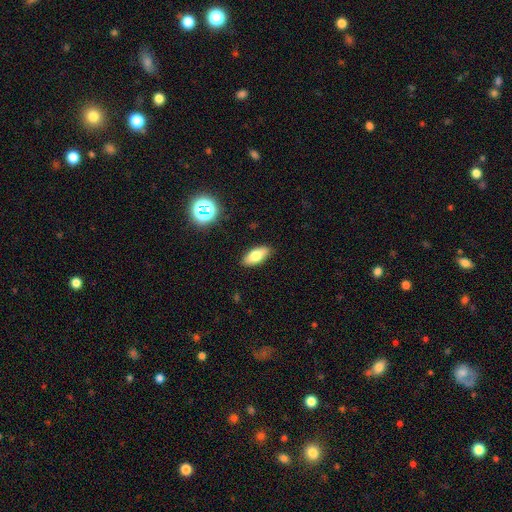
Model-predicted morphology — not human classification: Smooth or featured?
  - smooth: 75% *
  - featured or disk: 17%
  - star or artifact: 9%
How rounded?
  - in between: 86% *
  - cigar-shaped: 11%
  - round: 3%
Merging?
  - none: 89% *
  - minor disturbance: 8%
  - major disturbance: 2%
  - merger: 1%